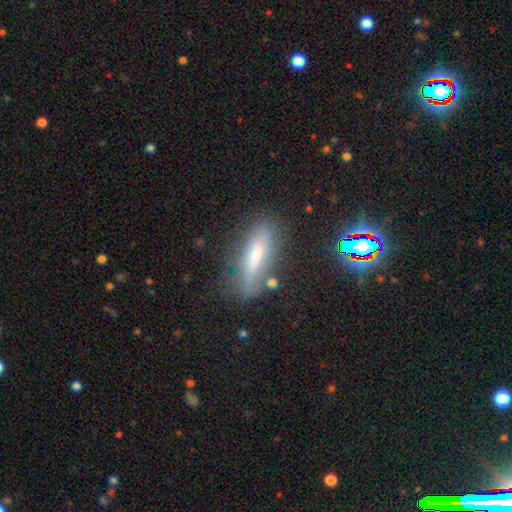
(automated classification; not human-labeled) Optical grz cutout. It shows a smooth galaxy with no disk features (53%) that is cigar-shaped (62%). Merging: none (66%).